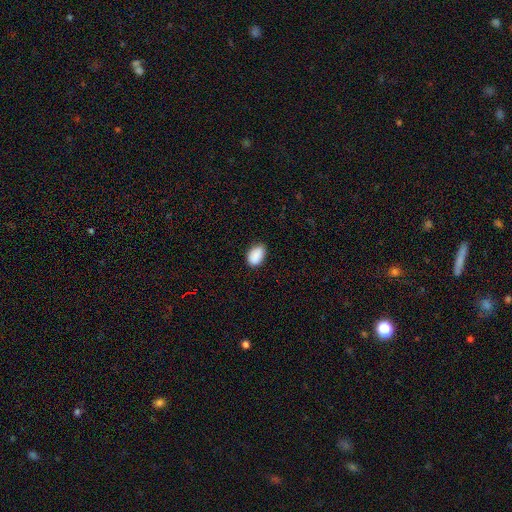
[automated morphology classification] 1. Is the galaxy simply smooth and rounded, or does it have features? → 90% smooth, 7% star or artifact, 3% featured or disk.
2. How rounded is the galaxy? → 89% in between, 9% round, 1% cigar-shaped.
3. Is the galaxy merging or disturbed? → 78% none, 18% minor disturbance, 3% major disturbance, 1% merger.